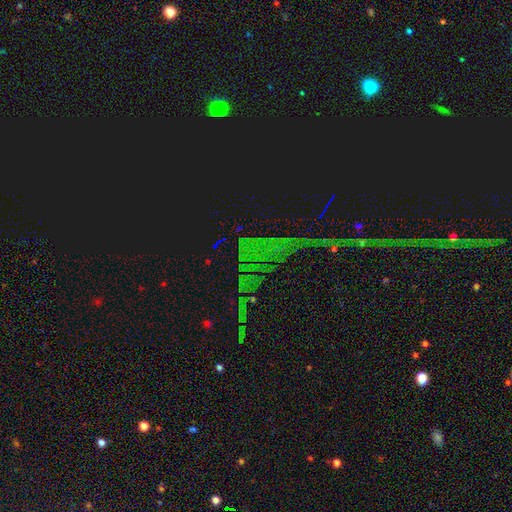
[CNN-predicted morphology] A star or artifact, not a galaxy (85%).

Vote fractions:
- Smooth or featured? star or artifact: 85% / smooth: 8% / featured or disk: 7%